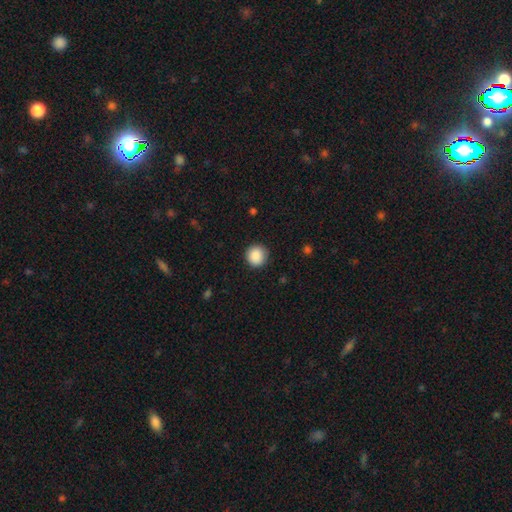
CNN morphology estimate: smooth-or-featured: smooth: 89% | star or artifact: 8% | featured or disk: 3%
  how-rounded: round: 93% | in between: 6% | cigar-shaped: 1%
  merging: none: 90% | minor disturbance: 7% | major disturbance: 2% | merger: 1%